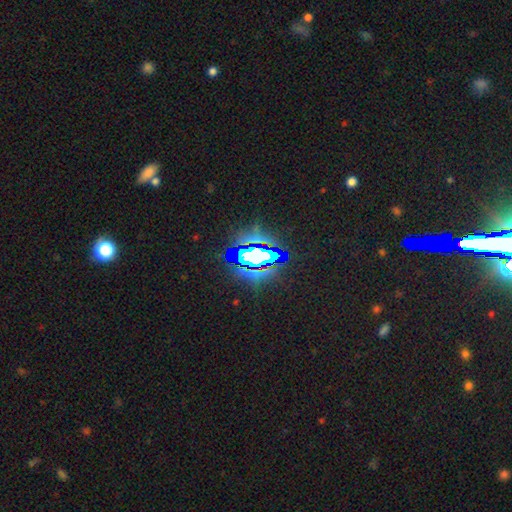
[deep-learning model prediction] Smooth or featured? Predicted: star or artifact (p=0.64).